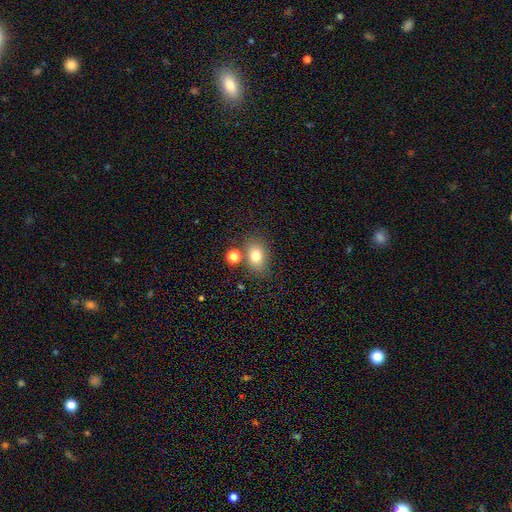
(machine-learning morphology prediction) Q: Smooth or featured?
A: smooth (78%); runner-up: star or artifact (12%)
Q: How rounded?
A: in between (62%); runner-up: round (37%)
Q: Merging?
A: none (72%); runner-up: minor disturbance (12%)